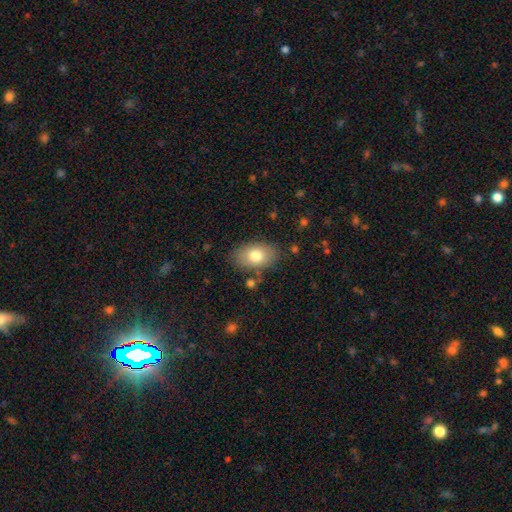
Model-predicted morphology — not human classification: A smooth galaxy with no disk features (77%) that is in between round and cigar-shaped (88%).

Vote fractions:
- Smooth or featured? smooth: 77% / featured or disk: 15% / star or artifact: 8%
- How rounded? in between: 88% / round: 11% / cigar-shaped: 1%
- Merging? none: 81% / minor disturbance: 13% / major disturbance: 4% / merger: 3%